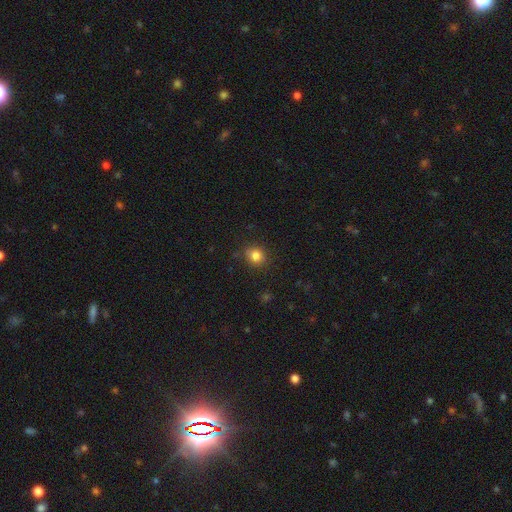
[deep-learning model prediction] smooth_or_featured: smooth (p=0.83) [alt: star or artifact p=0.12]
how_rounded: round (p=0.80) [alt: in between p=0.19]
merging: none (p=0.83) [alt: minor disturbance p=0.12]